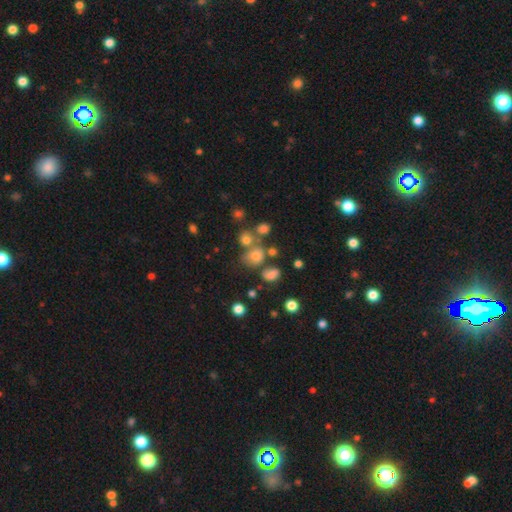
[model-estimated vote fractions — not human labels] Smooth or featured: smooth — 61% (star or artifact — 25%)
How rounded: round — 65% (in between — 34%)
Merging: none — 55% (merger — 23%)